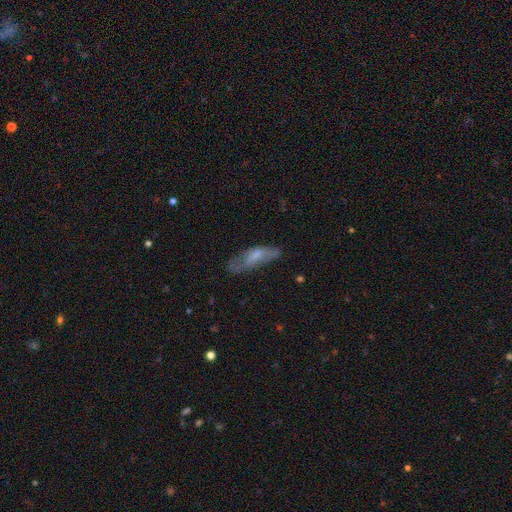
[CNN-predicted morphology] This appears to be a smooth galaxy with no disk features (51%) that is in between round and cigar-shaped (59%). Merging: none (52%).